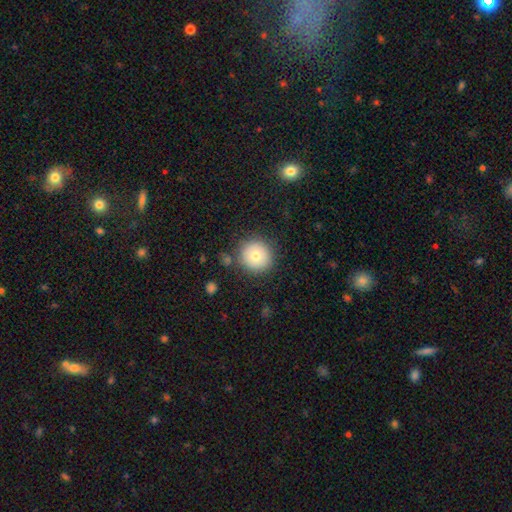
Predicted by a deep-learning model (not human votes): Smooth or featured? Predicted: smooth (p=0.76). How rounded? Predicted: round (p=0.94). Merging? Predicted: none (p=0.85).